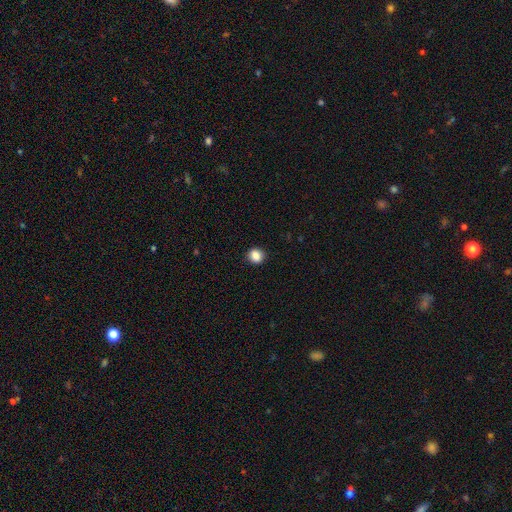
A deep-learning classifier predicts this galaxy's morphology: Smooth or featured: smooth — 86% (star or artifact — 10%)
How rounded: round — 72% (in between — 27%)
Merging: none — 88% (minor disturbance — 9%)